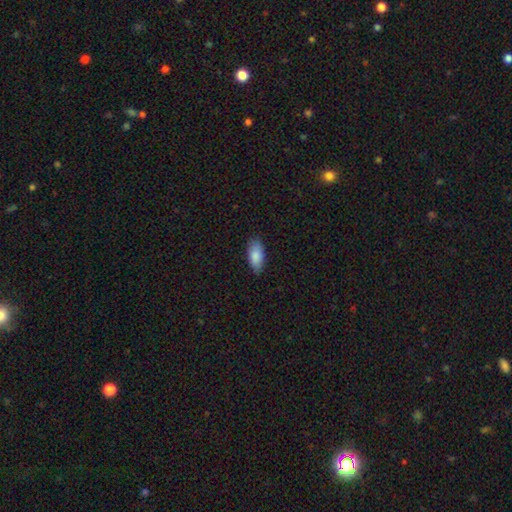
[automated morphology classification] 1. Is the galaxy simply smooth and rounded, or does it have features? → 86% smooth, 8% featured or disk, 6% star or artifact.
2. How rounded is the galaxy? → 89% in between, 9% cigar-shaped, 2% round.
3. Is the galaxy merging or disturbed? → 84% none, 13% minor disturbance, 2% major disturbance, 1% merger.